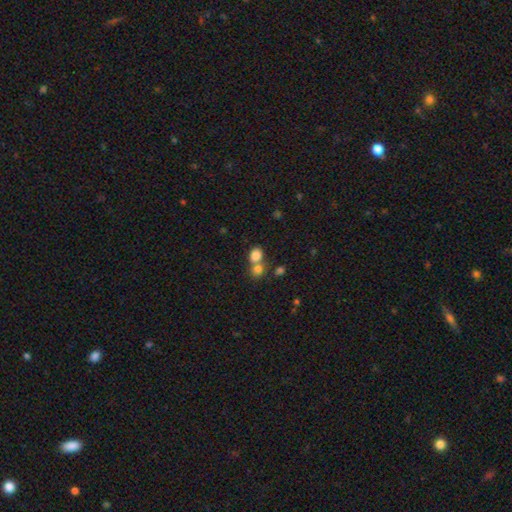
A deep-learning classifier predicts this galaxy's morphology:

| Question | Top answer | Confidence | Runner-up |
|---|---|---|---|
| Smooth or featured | smooth | 81% | star or artifact (12%) |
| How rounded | round | 56% | in between (42%) |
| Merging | merger | 48% | none (40%) |